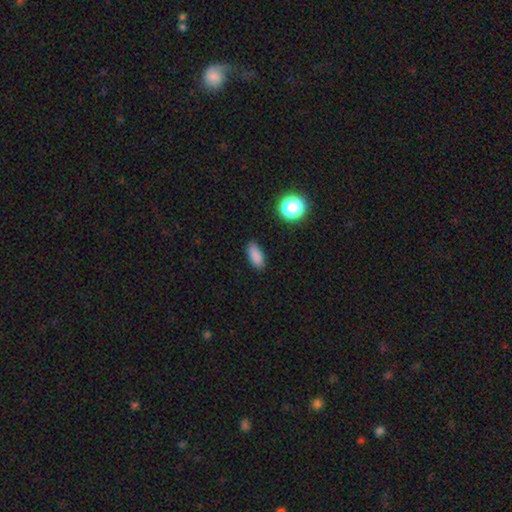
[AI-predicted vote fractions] The model was most divided on "how rounded": in between: 83%, cigar-shaped: 13%, round: 4%. More confident: merging — none (85%); smooth or featured — smooth (85%).